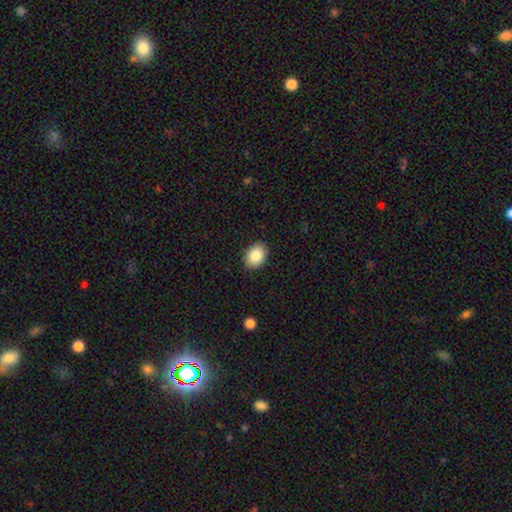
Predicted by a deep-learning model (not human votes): Smooth or featured?
  - smooth: 85% *
  - star or artifact: 8%
  - featured or disk: 7%
How rounded?
  - in between: 69% *
  - round: 30%
  - cigar-shaped: 1%
Merging?
  - none: 89% *
  - minor disturbance: 8%
  - major disturbance: 2%
  - merger: 1%